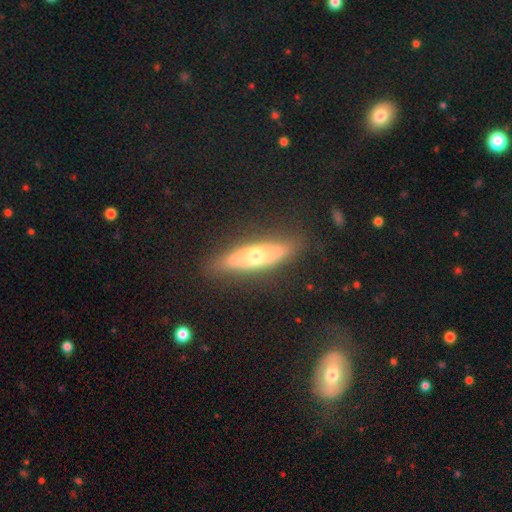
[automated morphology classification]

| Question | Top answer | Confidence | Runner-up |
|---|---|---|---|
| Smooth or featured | featured or disk | 61% | smooth (32%) |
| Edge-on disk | yes | 52% | no (48%) |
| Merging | none | 82% | minor disturbance (13%) |